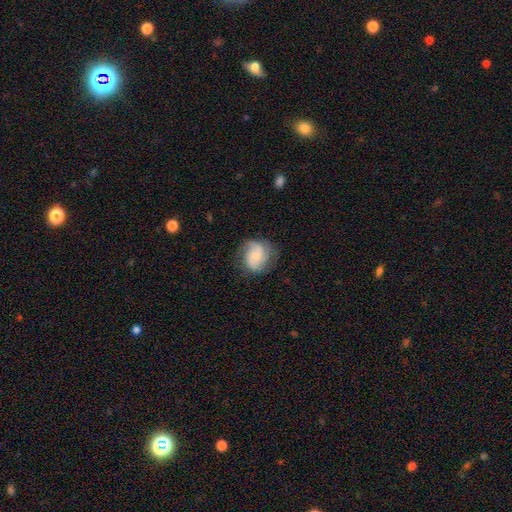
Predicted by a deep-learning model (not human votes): Smooth or featured?
  - featured or disk: 62% *
  - smooth: 31%
  - star or artifact: 7%
Edge-on disk?
  - no: 98% *
  - yes: 2%
Bar?
  - no: 63% *
  - weak: 31%
  - strong: 6%
Spiral arms?
  - yes: 92% *
  - no: 8%
Spiral winding?
  - medium: 45% *
  - tight: 32%
  - loose: 23%
Spiral arm count?
  - 2: 61% *
  - can't tell: 16%
  - 3: 14%
  - 1: 5%
  - 4: 3%
  - more than 4: 2%
Bulge size?
  - small: 54% *
  - moderate: 35%
  - none: 6%
  - large: 3%
  - dominant: 1%
Merging?
  - none: 72% *
  - minor disturbance: 19%
  - major disturbance: 8%
  - merger: 1%